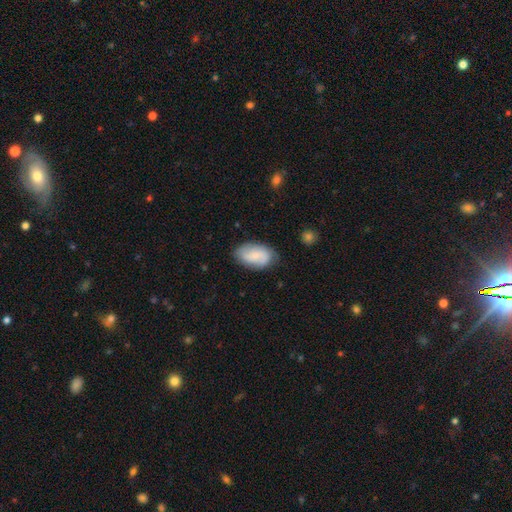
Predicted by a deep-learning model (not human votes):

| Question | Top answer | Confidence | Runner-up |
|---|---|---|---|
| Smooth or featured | smooth | 57% | featured or disk (36%) |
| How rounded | in between | 92% | round (6%) |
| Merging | none | 78% | minor disturbance (17%) |